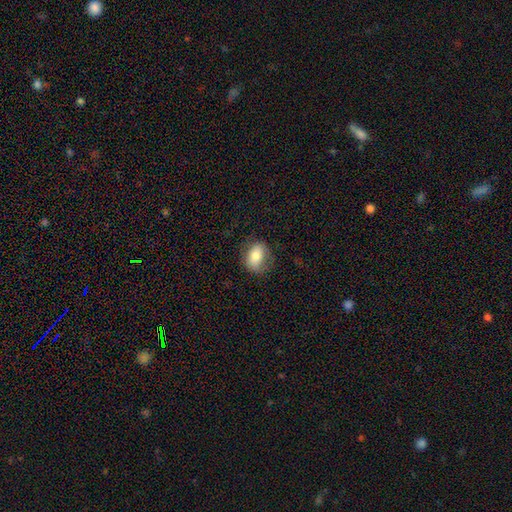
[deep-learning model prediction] Q: Smooth or featured?
A: smooth (77%); runner-up: featured or disk (15%)
Q: How rounded?
A: in between (74%); runner-up: round (24%)
Q: Merging?
A: none (73%); runner-up: minor disturbance (19%)